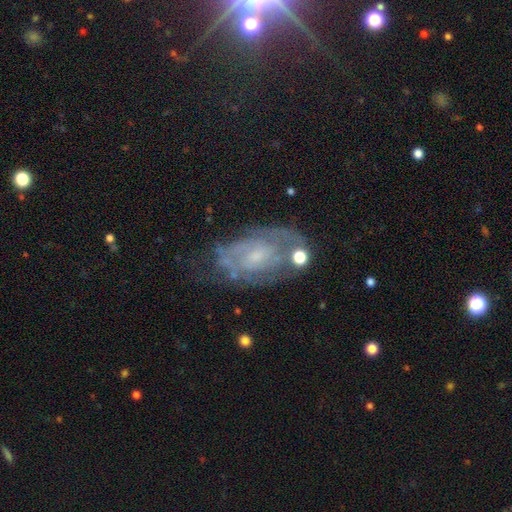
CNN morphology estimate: A featured or disk galaxy (70%) with no bar (63%), spiral arms (69%) and a small central bulge (62%). Merging: none (52%).